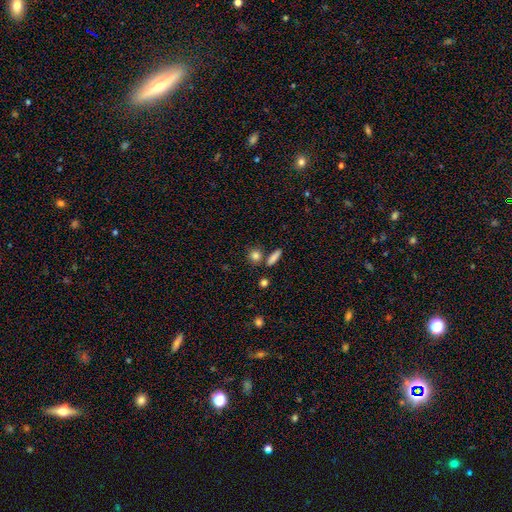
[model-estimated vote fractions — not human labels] Q: Smooth or featured?
A: smooth (84%); runner-up: star or artifact (10%)
Q: How rounded?
A: round (70%); runner-up: in between (23%)
Q: Merging?
A: none (73%); runner-up: merger (14%)